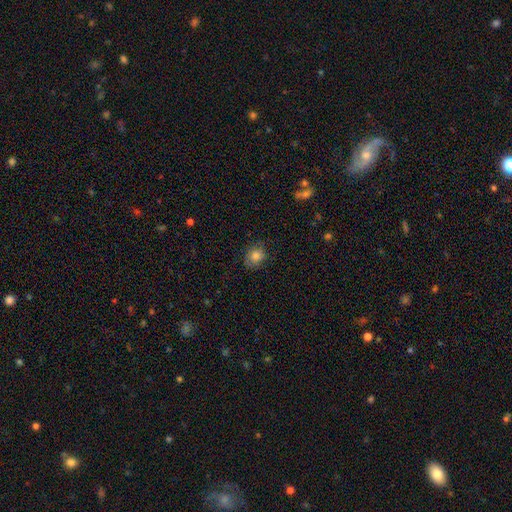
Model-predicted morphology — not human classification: Q: Smooth or featured?
A: smooth (80%); runner-up: star or artifact (10%)
Q: How rounded?
A: round (63%); runner-up: in between (36%)
Q: Merging?
A: none (74%); runner-up: minor disturbance (20%)